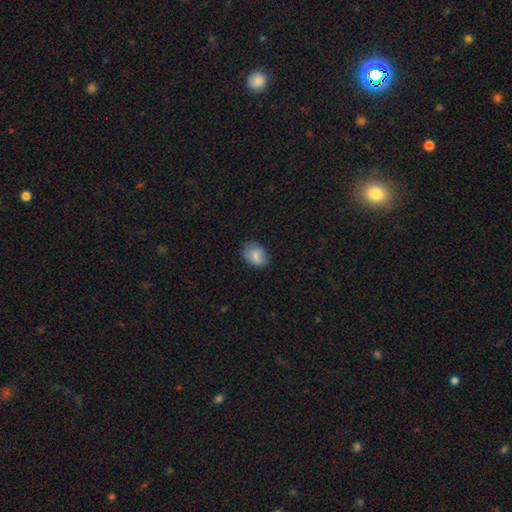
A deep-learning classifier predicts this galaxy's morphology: Smooth or featured?
  - smooth: 79% *
  - featured or disk: 13%
  - star or artifact: 8%
How rounded?
  - in between: 71% *
  - round: 27%
  - cigar-shaped: 1%
Merging?
  - none: 73% *
  - minor disturbance: 20%
  - major disturbance: 5%
  - merger: 1%